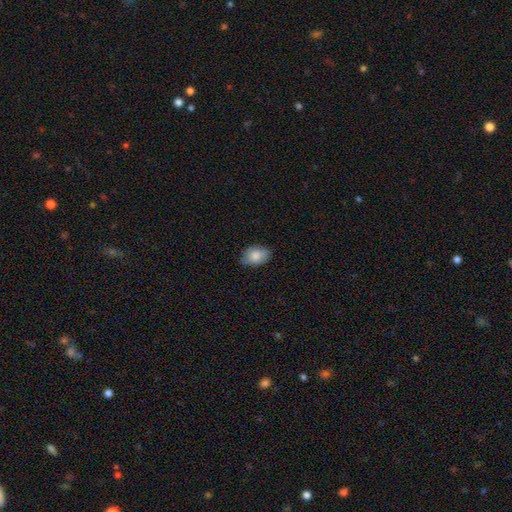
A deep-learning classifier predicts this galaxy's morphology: smooth-or-featured: smooth: 83% | featured or disk: 10% | star or artifact: 7%
  how-rounded: in between: 84% | round: 14% | cigar-shaped: 1%
  merging: none: 76% | minor disturbance: 20% | major disturbance: 3% | merger: 1%